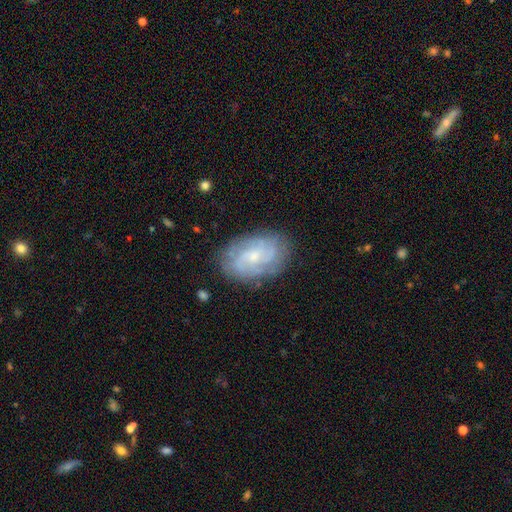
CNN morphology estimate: Smooth or featured? Predicted: featured or disk (p=0.76). Edge-on disk? Predicted: no (p=0.97). Bar? Predicted: no (p=0.60). Spiral arms? Predicted: yes (p=0.93). Spiral winding? Predicted: tight (p=0.53). Spiral arm count? Predicted: can't tell (p=0.33). Bulge size? Predicted: small (p=0.67). Merging? Predicted: none (p=0.79).